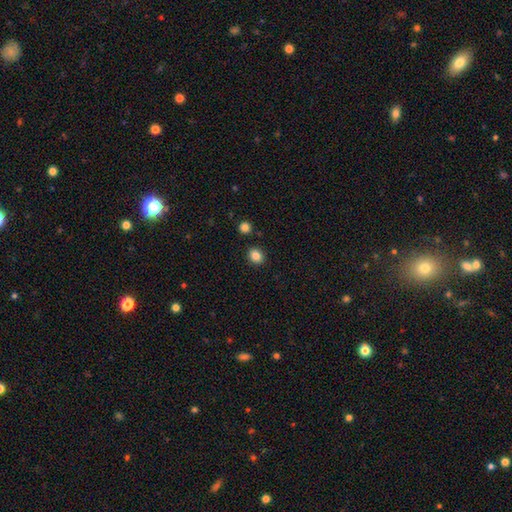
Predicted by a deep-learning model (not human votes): A smooth galaxy with no disk features (85%) that is round (60%).

Vote fractions:
- Smooth or featured? smooth: 85% / star or artifact: 10% / featured or disk: 5%
- How rounded? round: 60% / in between: 39% / cigar-shaped: 1%
- Merging? none: 88% / minor disturbance: 7% / merger: 3% / major disturbance: 2%